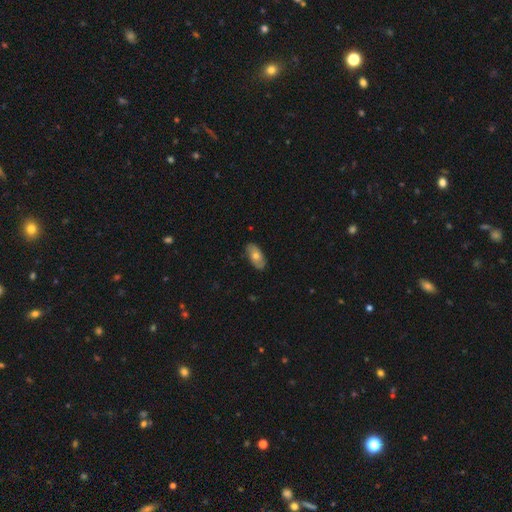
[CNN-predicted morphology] This appears to be a smooth galaxy with no disk features (62%) that is in between round and cigar-shaped (92%). Merging: none (85%).